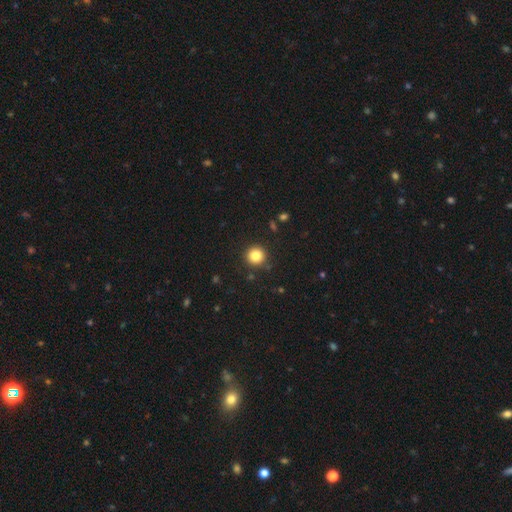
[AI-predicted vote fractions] smooth_or_featured: smooth (p=0.82) [alt: star or artifact p=0.12]
how_rounded: round (p=0.94) [alt: in between p=0.05]
merging: none (p=0.90) [alt: minor disturbance p=0.06]